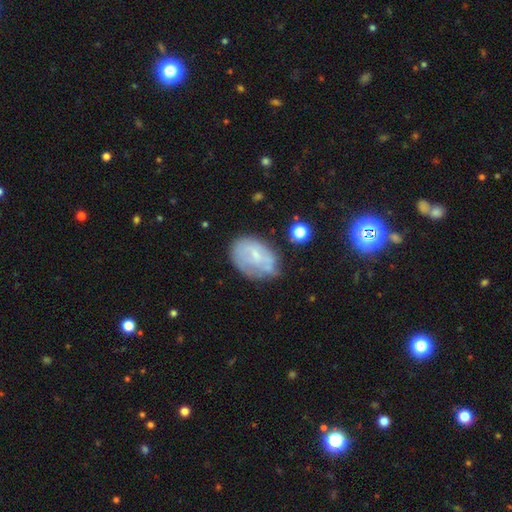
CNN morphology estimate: This appears to be a featured or disk galaxy (47%). Merging: none (52%).